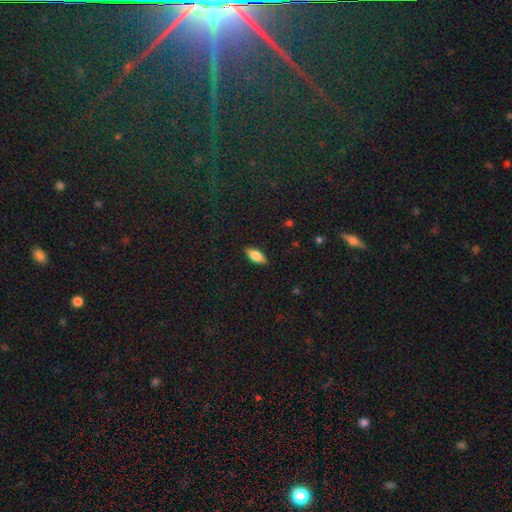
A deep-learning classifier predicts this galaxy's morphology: This appears to be a smooth galaxy with no disk features (70%) that is in between round and cigar-shaped (77%). Merging: none (87%).